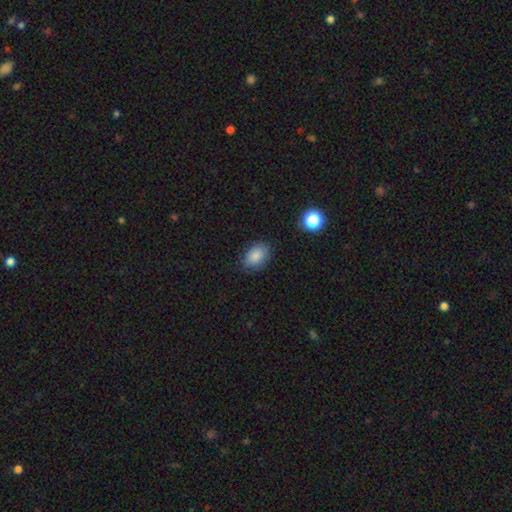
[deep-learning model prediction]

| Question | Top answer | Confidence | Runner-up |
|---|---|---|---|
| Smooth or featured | smooth | 85% | star or artifact (9%) |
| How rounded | in between | 77% | round (22%) |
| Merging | none | 82% | minor disturbance (14%) |